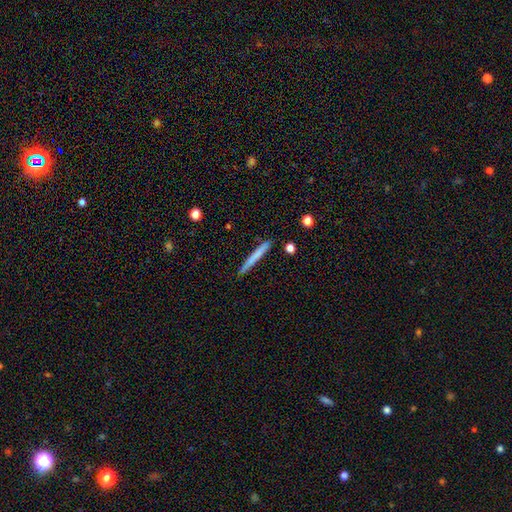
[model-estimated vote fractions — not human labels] The model was most divided on "smooth or featured": smooth: 67%, featured or disk: 27%, star or artifact: 6%. More confident: how rounded — cigar-shaped (97%); merging — none (90%).